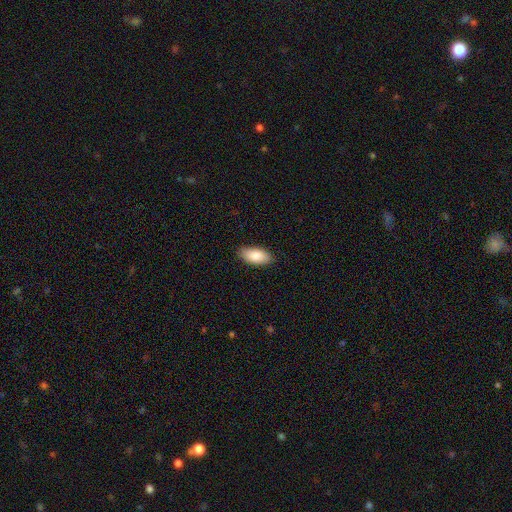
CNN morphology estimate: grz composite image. It shows a smooth galaxy with no disk features (86%) that is in between round and cigar-shaped (91%). Merging: none (88%).